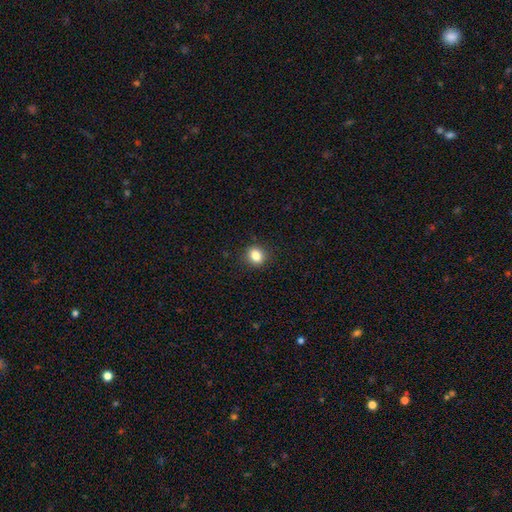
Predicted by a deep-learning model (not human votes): This is clearly a smooth galaxy (84%). How rounded: likely round (68%). Merging: clearly none (89%).